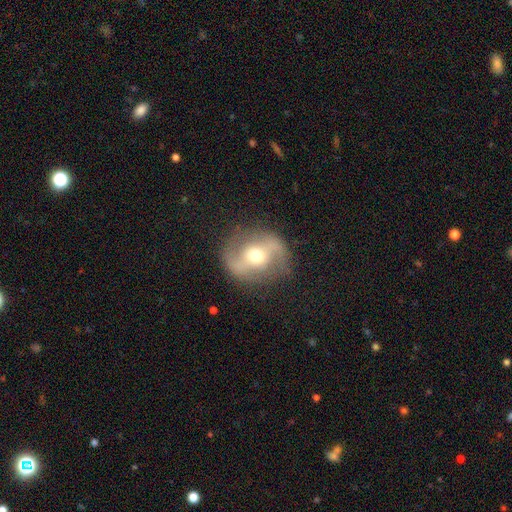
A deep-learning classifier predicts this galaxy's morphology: Overall: featured or disk (74%). Edge-on disk: no (94%). Bar: weak (36%; strong 35%). Spiral arms: yes (77%). Spiral arm count: 2 (90%). Spiral winding: loose (47%; medium 39%). Bulge size: moderate (69%). Merging: none (81%).